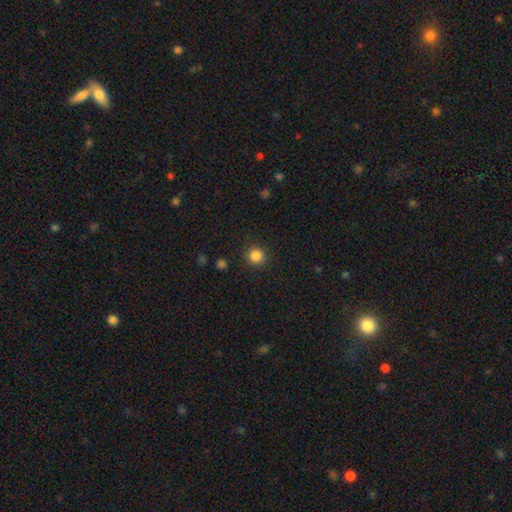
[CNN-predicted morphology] This is clearly a smooth galaxy (85%). How rounded: clearly round (93%). Merging: clearly none (90%).